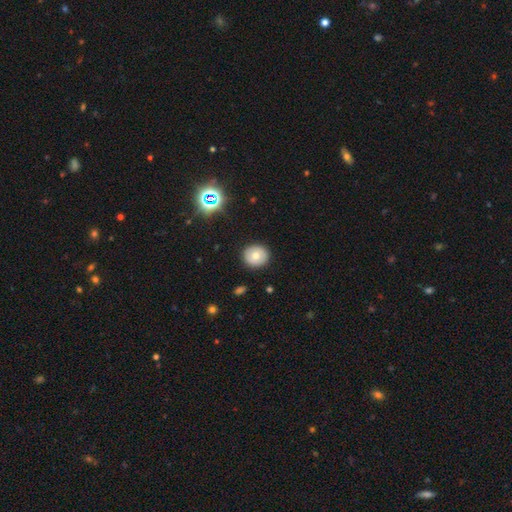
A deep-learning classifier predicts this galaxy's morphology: Smooth or featured? smooth (69%)
How rounded? round (89%)
Merging? none (90%)